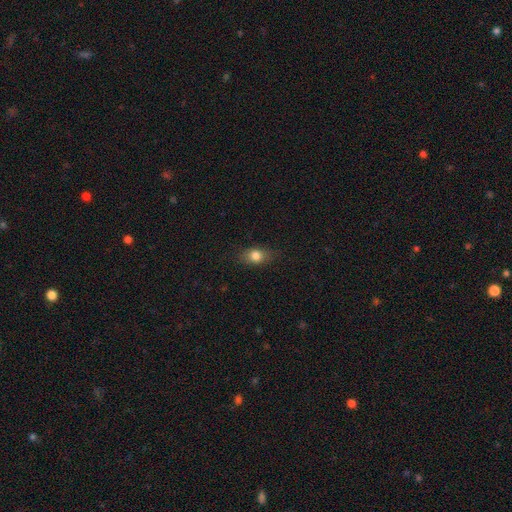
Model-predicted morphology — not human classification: This appears to be a smooth galaxy with no disk features (80%) that is in between round and cigar-shaped (67%). Merging: none (80%).